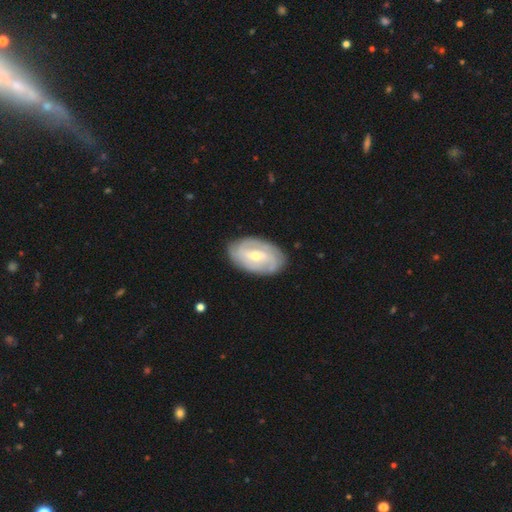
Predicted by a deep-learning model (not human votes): Q: Smooth or featured?
A: featured or disk (77%); runner-up: smooth (18%)
Q: Edge-on disk?
A: no (95%); runner-up: yes (5%)
Q: Bar?
A: weak (47%); runner-up: strong (29%)
Q: Spiral arms?
A: yes (88%); runner-up: no (12%)
Q: Spiral winding?
A: tight (60%); runner-up: medium (29%)
Q: Spiral arm count?
A: 2 (38%); runner-up: can't tell (31%)
Q: Bulge size?
A: moderate (50%); runner-up: small (47%)
Q: Merging?
A: none (84%); runner-up: minor disturbance (12%)